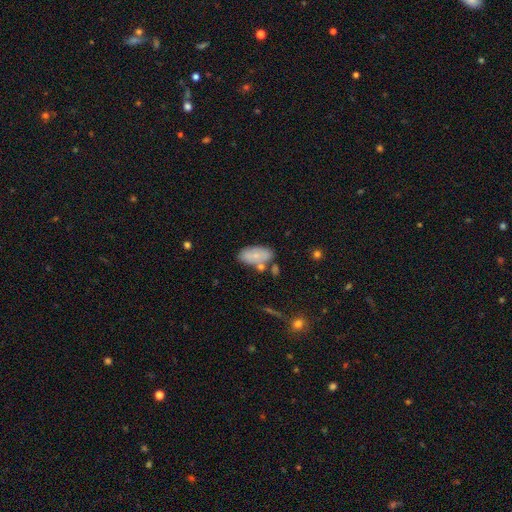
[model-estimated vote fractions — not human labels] Smooth or featured? smooth (73%)
How rounded? in between (93%)
Merging? none (63%)